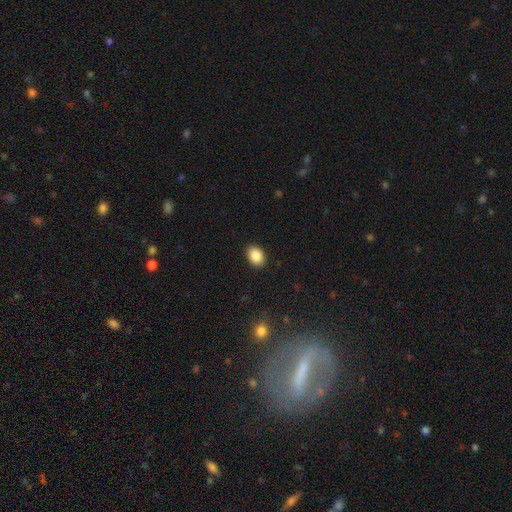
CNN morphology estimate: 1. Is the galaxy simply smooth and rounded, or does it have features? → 88% smooth, 8% star or artifact, 4% featured or disk.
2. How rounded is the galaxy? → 75% in between, 25% round, 1% cigar-shaped.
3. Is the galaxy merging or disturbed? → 90% none, 7% minor disturbance, 2% major disturbance, 1% merger.